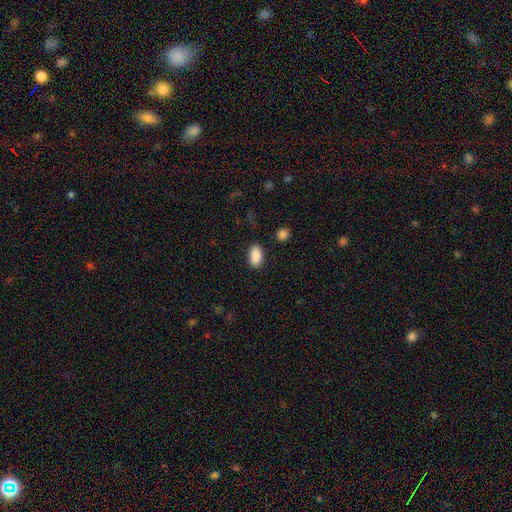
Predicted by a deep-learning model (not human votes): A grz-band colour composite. It shows a smooth galaxy with no disk features (89%) that is in between round and cigar-shaped (92%). Merging: none (87%).